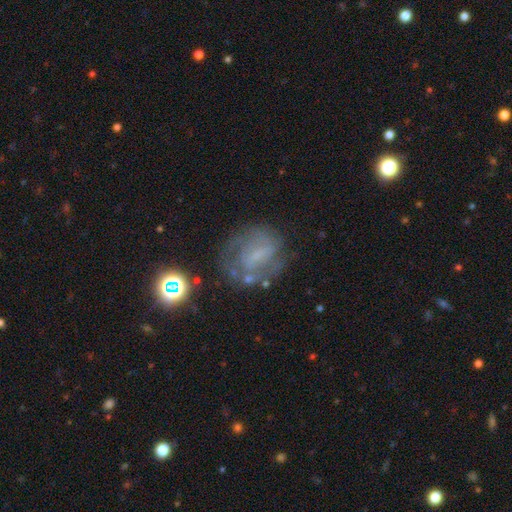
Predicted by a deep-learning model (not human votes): A featured or disk galaxy (61%) with a weak bar (44%), spiral arms (66%) and no central bulge (42%). Merging: none (61%).